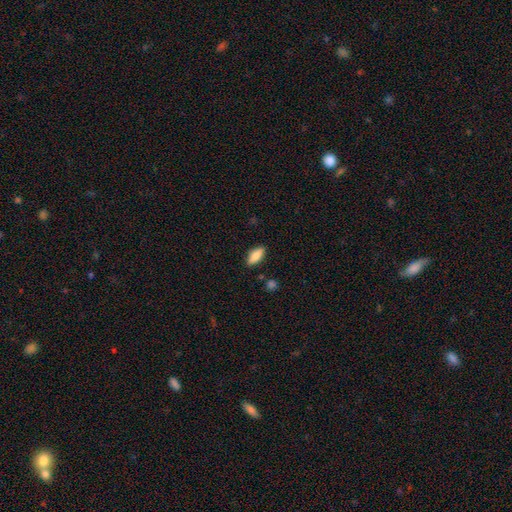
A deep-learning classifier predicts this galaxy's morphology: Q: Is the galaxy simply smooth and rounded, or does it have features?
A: smooth — 79%.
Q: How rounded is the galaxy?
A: in between — 77%.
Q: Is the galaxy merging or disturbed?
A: none — 85%.